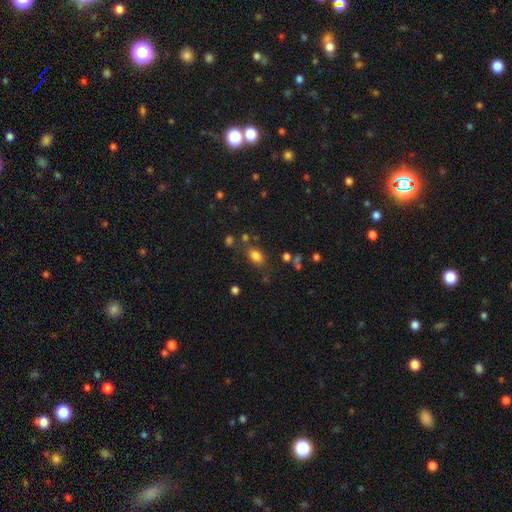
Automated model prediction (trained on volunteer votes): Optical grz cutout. It shows a smooth galaxy with no disk features (80%) that is in between round and cigar-shaped (74%). Merging: none (73%).